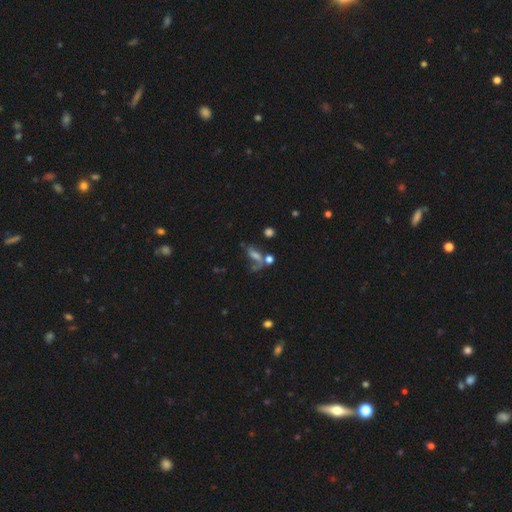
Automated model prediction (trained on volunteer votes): This appears to be a featured or disk galaxy (44%). Merging: none (34%).